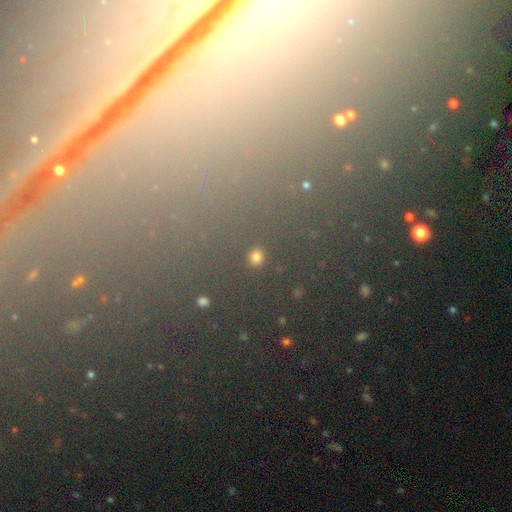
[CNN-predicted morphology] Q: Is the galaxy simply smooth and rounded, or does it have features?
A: smooth — 55%.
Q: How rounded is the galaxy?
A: round — 74%.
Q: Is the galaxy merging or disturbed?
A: none — 88%.